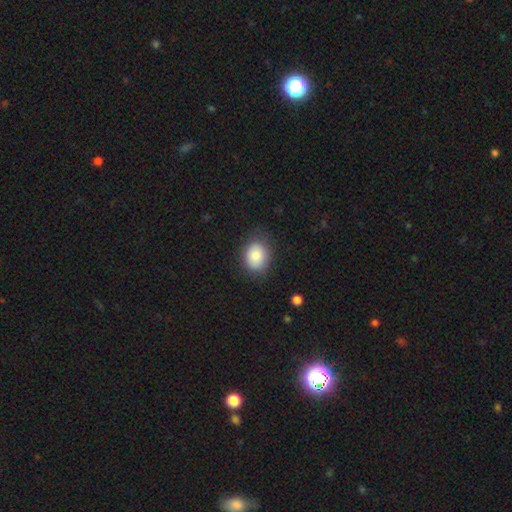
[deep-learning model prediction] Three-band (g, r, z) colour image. It shows a smooth galaxy with no disk features (84%) that is in between round and cigar-shaped (50%). Merging: none (79%).